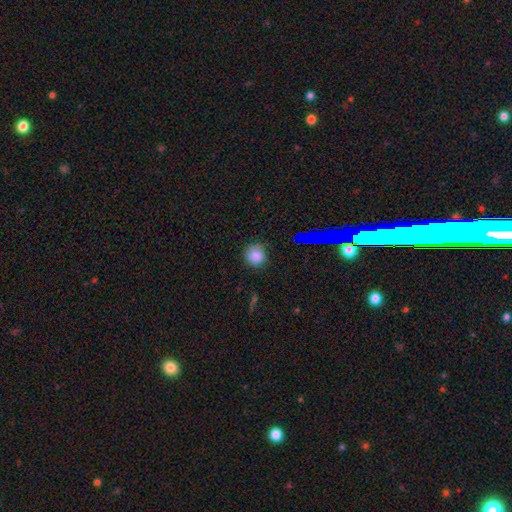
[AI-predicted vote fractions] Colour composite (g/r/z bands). It shows a smooth galaxy with no disk features (81%) that is round (91%). Merging: none (81%).